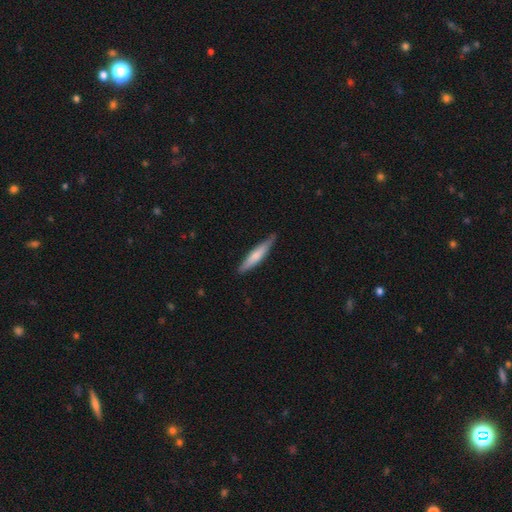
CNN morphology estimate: This appears to be a smooth galaxy with no disk features (68%) that is cigar-shaped (89%). Merging: none (82%).